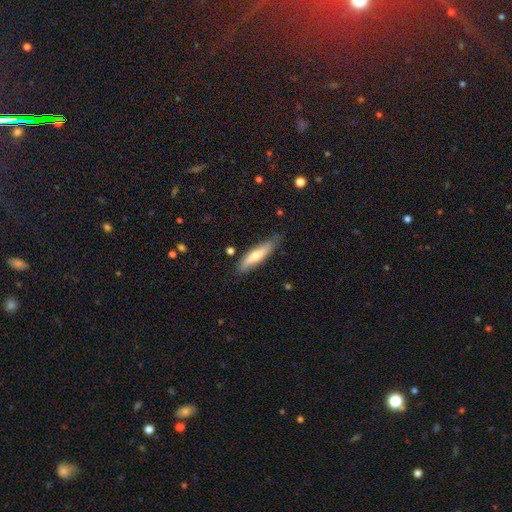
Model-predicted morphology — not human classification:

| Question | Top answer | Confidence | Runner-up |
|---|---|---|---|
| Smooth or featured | smooth | 53% | featured or disk (41%) |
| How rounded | cigar-shaped | 75% | in between (23%) |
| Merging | none | 76% | minor disturbance (19%) |